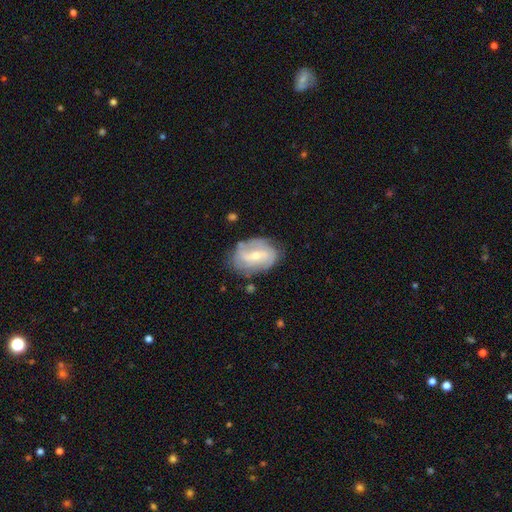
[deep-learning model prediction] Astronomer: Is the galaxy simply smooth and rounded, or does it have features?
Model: featured or disk — 74%.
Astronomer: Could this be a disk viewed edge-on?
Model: no — 96%.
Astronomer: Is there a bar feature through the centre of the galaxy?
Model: weak — 45% (runner-up: strong, 30%).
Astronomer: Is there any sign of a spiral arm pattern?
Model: yes — 82%.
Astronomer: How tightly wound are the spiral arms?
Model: medium — 41% (runner-up: tight, 34%).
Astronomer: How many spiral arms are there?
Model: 2 — 60%.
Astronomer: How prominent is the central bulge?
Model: small — 55% (runner-up: moderate, 41%).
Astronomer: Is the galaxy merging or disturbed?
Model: none — 70%.